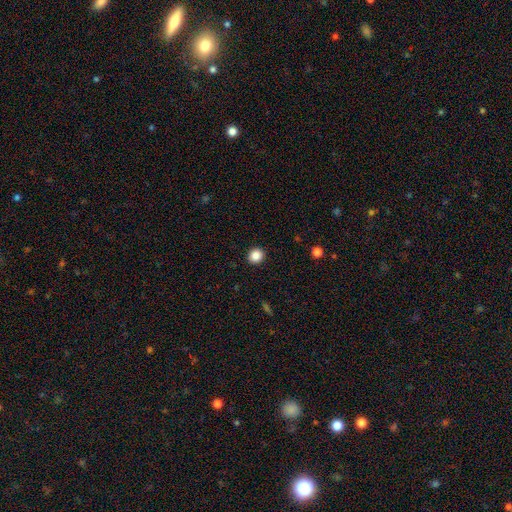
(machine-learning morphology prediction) A smooth galaxy with no disk features (87%) that is round (88%). Merging: none (92%).